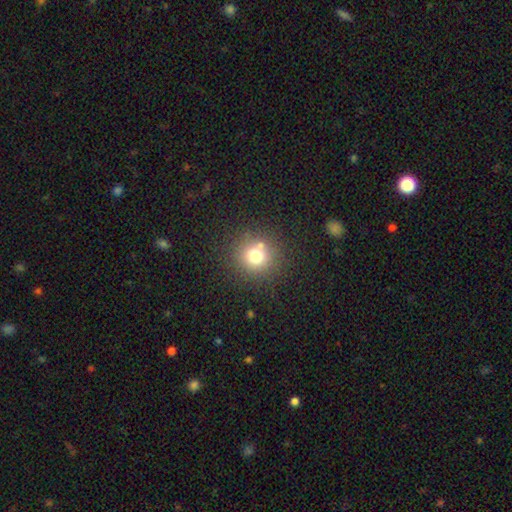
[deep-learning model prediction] smooth 73%, star or artifact 17%, featured or disk 11%. Down the decision tree: how rounded — round (92%); merging — none (77%).